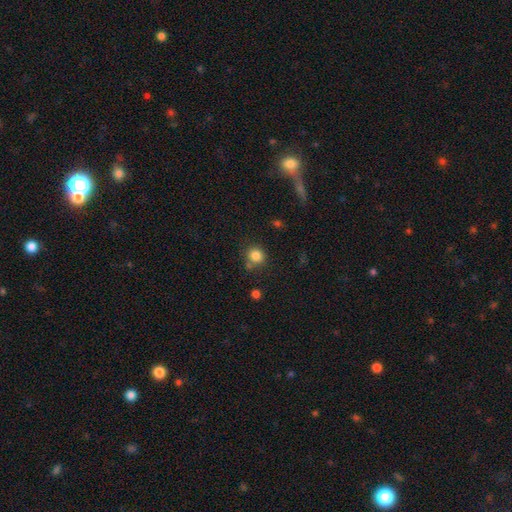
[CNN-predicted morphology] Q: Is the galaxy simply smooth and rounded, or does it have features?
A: smooth — 83%.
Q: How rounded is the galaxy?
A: round — 88%.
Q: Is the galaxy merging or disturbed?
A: none — 74%.